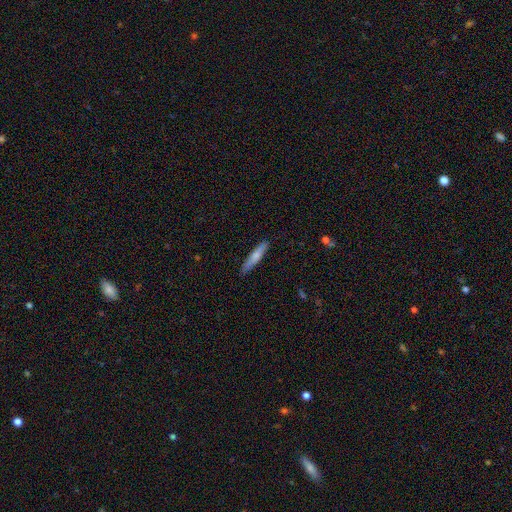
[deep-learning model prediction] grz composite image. It shows a smooth galaxy with no disk features (69%) that is cigar-shaped (89%). Merging: none (87%).